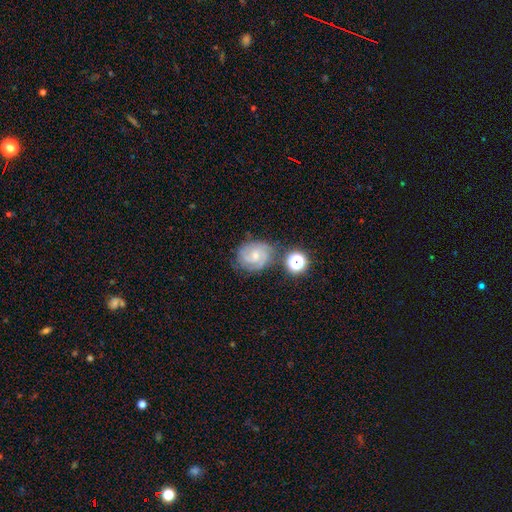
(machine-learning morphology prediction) Overall: featured or disk (77%). Edge-on disk: no (98%). Bar: no (65%; weak 30%). Spiral arms: yes (96%). Spiral arm count: 3 (35%; 2 32%). Spiral winding: tight (61%; medium 33%). Bulge size: small (60%; moderate 34%). Merging: none (68%).